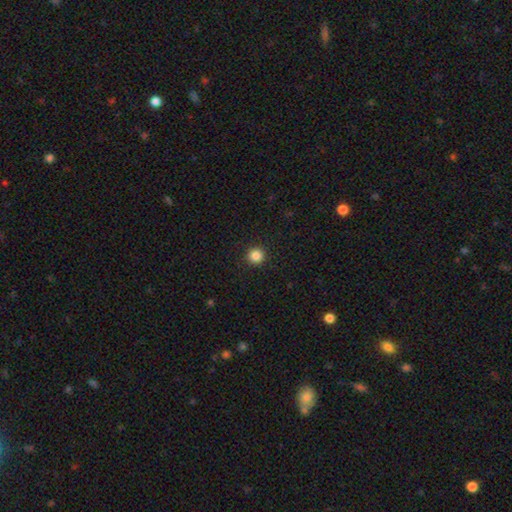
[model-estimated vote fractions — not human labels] A smooth galaxy with no disk features (86%) that is round (95%). Merging: none (93%).